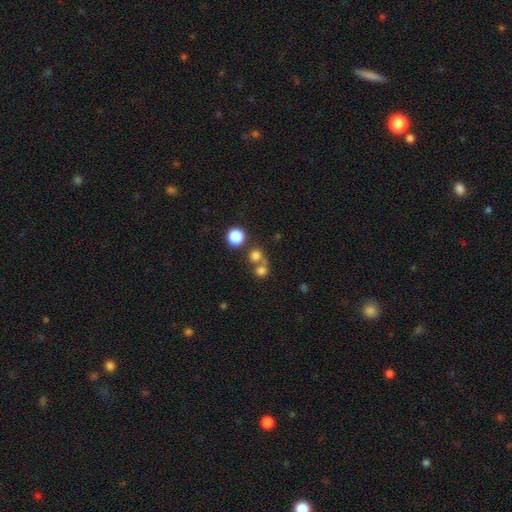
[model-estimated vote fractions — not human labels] Smooth or featured?
  - smooth: 73% *
  - star or artifact: 18%
  - featured or disk: 9%
How rounded?
  - round: 86% *
  - in between: 13%
  - cigar-shaped: 1%
Merging?
  - none: 51% *
  - merger: 39%
  - minor disturbance: 6%
  - major disturbance: 4%